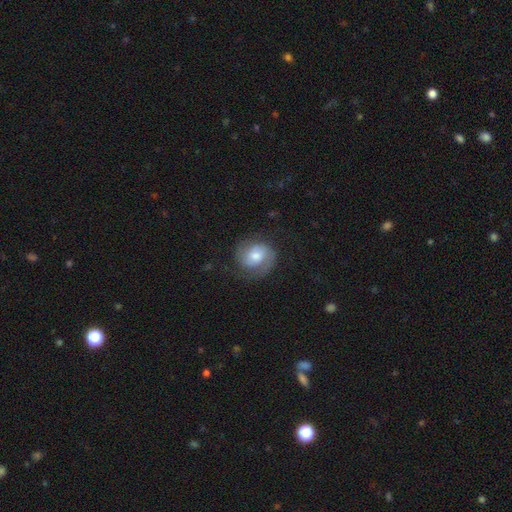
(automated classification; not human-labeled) A featured or disk galaxy (66%) with no bar (55%), 2 (77%) medium (43%) spiral arms (91%) and a moderate central bulge (62%).

Vote fractions:
- Smooth or featured? featured or disk: 66% / smooth: 26% / star or artifact: 8%
- Edge-on disk? no: 97% / yes: 3%
- Bar? no: 55% / weak: 36% / strong: 9%
- Spiral arms? yes: 91% / no: 9%
- Spiral winding? medium: 43% / tight: 40% / loose: 17%
- Spiral arm count? 2: 77% / 1: 11% / can't tell: 8% / 3: 2% / 4: 1% / more than 4: 1%
- Bulge size? moderate: 62% / small: 21% / large: 13% / none: 2% / dominant: 2%
- Merging? none: 73% / minor disturbance: 16% / major disturbance: 10% / merger: 1%